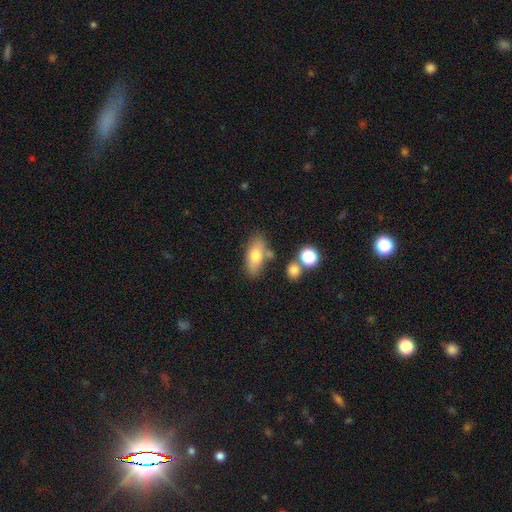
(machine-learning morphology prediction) type=smooth (71%); roundness=in between (82%); merging=none (66%).